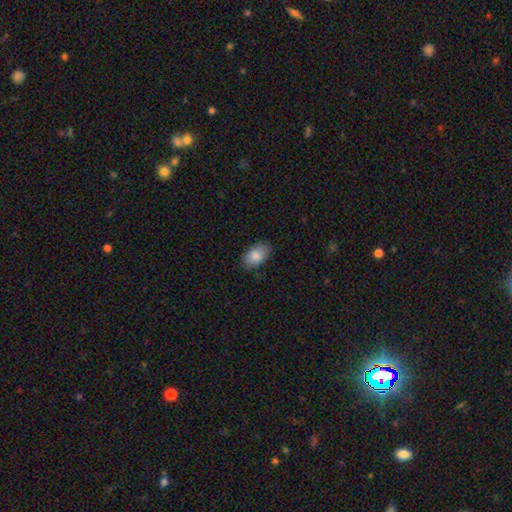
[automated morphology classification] smooth-or-featured: smooth: 87% | featured or disk: 7% | star or artifact: 7%
  how-rounded: in between: 93% | round: 6% | cigar-shaped: 2%
  merging: none: 82% | minor disturbance: 14% | major disturbance: 3% | merger: 1%